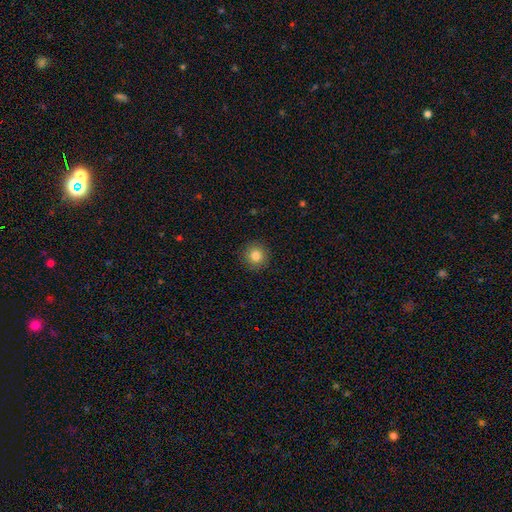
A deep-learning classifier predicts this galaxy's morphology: smooth_or_featured: smooth (p=0.83) [alt: star or artifact p=0.11]
how_rounded: round (p=0.94) [alt: in between p=0.05]
merging: none (p=0.91) [alt: minor disturbance p=0.06]